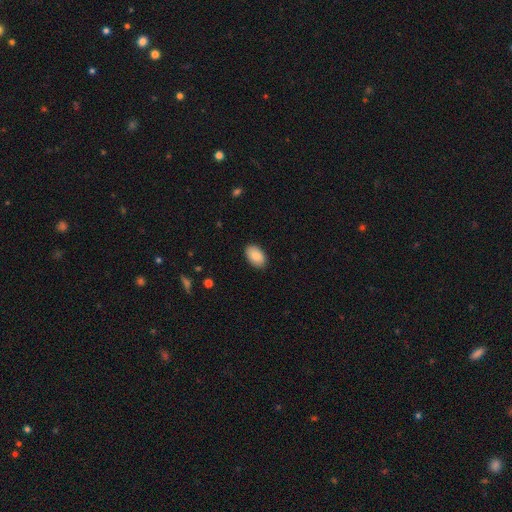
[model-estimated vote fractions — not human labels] A smooth galaxy with no disk features (88%) that is in between round and cigar-shaped (93%).

Vote fractions:
- Smooth or featured? smooth: 88% / star or artifact: 7% / featured or disk: 5%
- How rounded? in between: 93% / round: 6% / cigar-shaped: 1%
- Merging? none: 88% / minor disturbance: 9% / major disturbance: 2% / merger: 1%